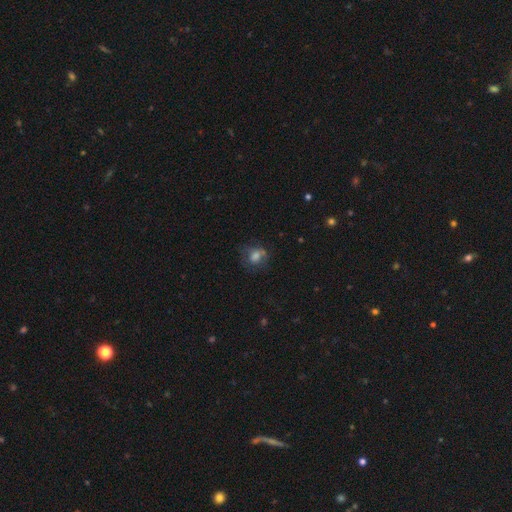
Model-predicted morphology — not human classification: Overall: smooth (66%). How rounded: round (63%; in between 36%). Merging: none (57%; minor disturbance 23%).